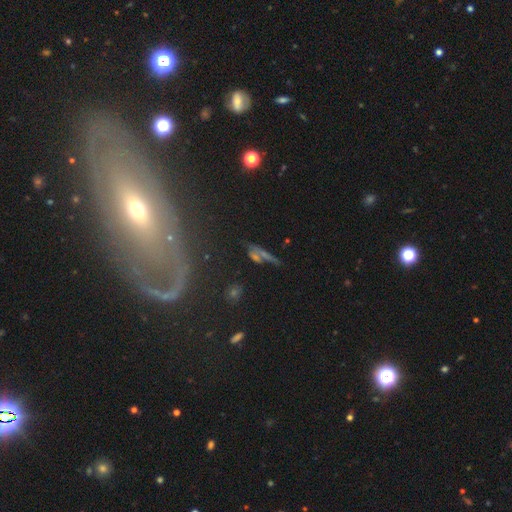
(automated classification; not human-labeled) Smooth or featured? smooth (37%)
Merging? none (55%)